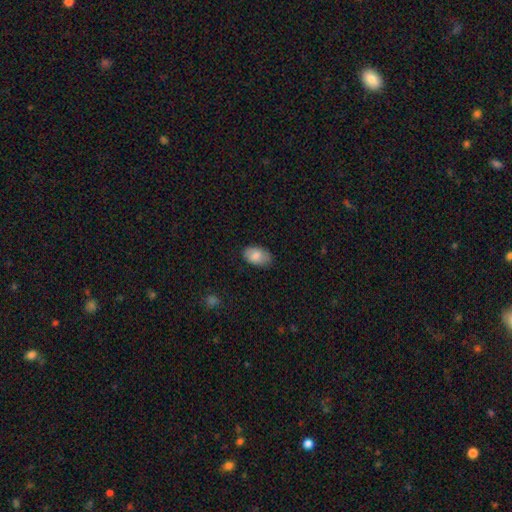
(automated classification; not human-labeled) Smooth or featured? smooth (82%)
How rounded? in between (92%)
Merging? none (81%)